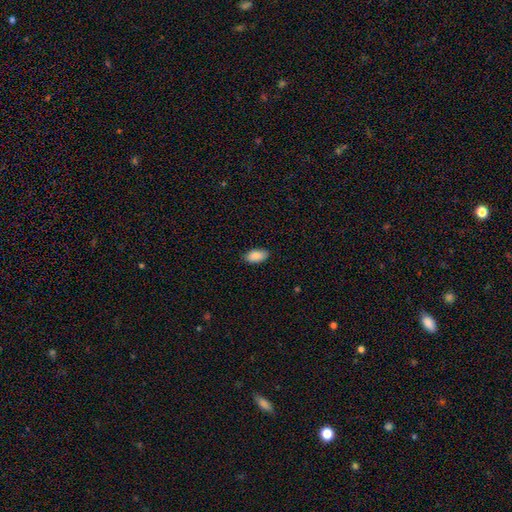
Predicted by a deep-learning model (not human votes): Q: Smooth or featured?
A: smooth (88%); runner-up: star or artifact (7%)
Q: How rounded?
A: in between (94%); runner-up: cigar-shaped (3%)
Q: Merging?
A: none (88%); runner-up: minor disturbance (9%)